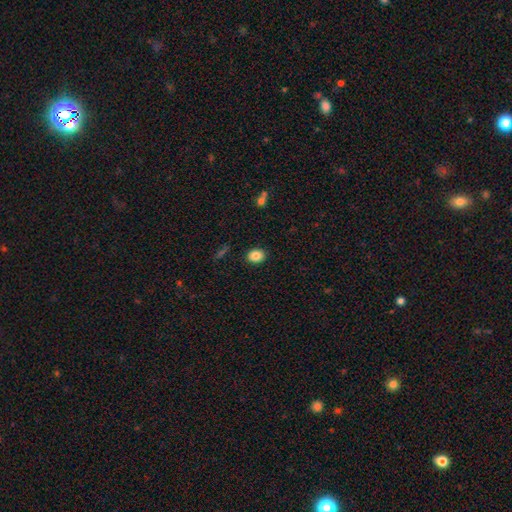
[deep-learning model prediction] A smooth galaxy with no disk features (85%) that is in between round and cigar-shaped (52%). Merging: none (90%).